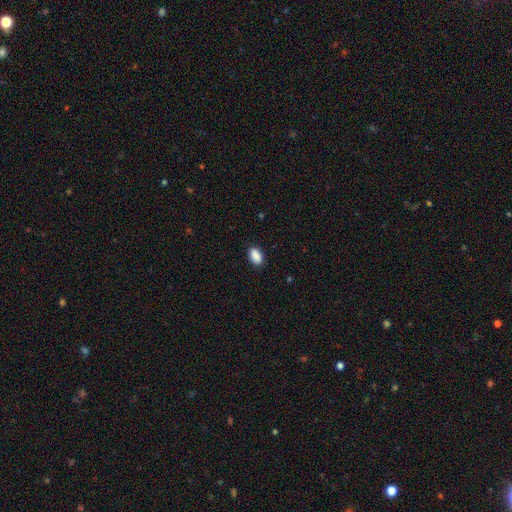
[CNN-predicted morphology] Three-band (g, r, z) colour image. It shows a smooth galaxy with no disk features (90%) that is in between round and cigar-shaped (92%). Merging: none (87%).